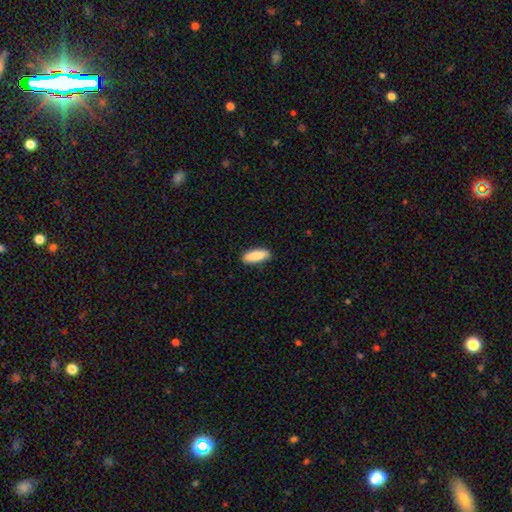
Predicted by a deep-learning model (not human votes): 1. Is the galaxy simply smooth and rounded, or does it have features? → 89% smooth, 6% star or artifact, 5% featured or disk.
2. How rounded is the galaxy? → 59% in between, 40% cigar-shaped, 2% round.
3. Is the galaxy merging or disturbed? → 88% none, 9% minor disturbance, 2% major disturbance, 1% merger.